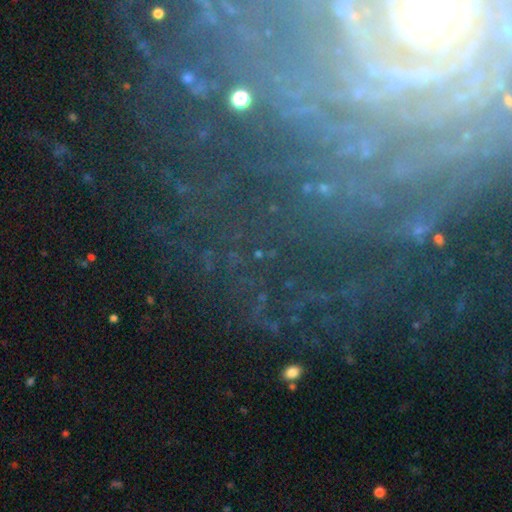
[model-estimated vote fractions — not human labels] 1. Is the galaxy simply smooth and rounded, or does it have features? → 45% featured or disk, 41% star or artifact, 14% smooth.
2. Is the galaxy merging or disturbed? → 69% none, 15% minor disturbance, 12% major disturbance, 5% merger.